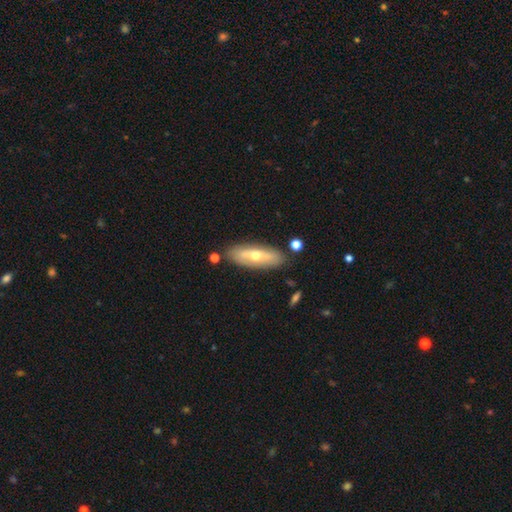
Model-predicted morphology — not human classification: Smooth or featured? featured or disk (49%)
Merging? none (82%)